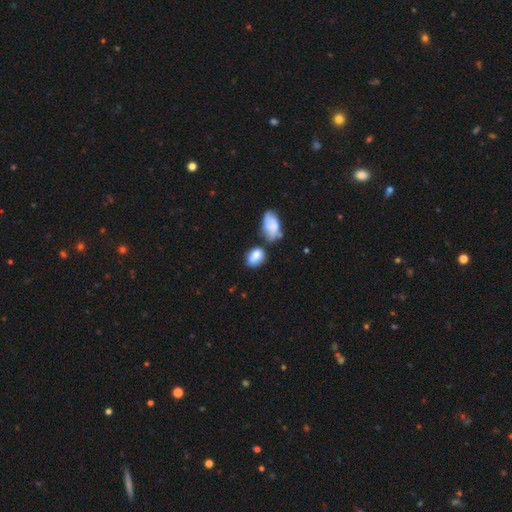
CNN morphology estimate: The model was most divided on "merging": none: 50%, minor disturbance: 23%, merger: 20%, major disturbance: 7%. More confident: how rounded — in between (82%); smooth or featured — smooth (81%).